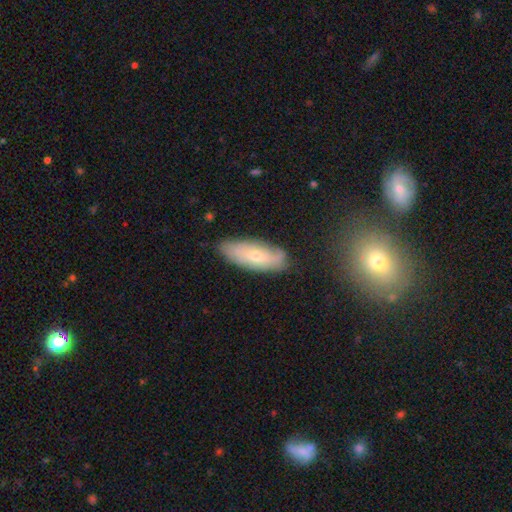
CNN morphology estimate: smooth-or-featured: featured or disk: 46% (tied) | smooth: 46% (tied) | star or artifact: 8%
  merging: none: 74% | minor disturbance: 20% | major disturbance: 4% | merger: 2%